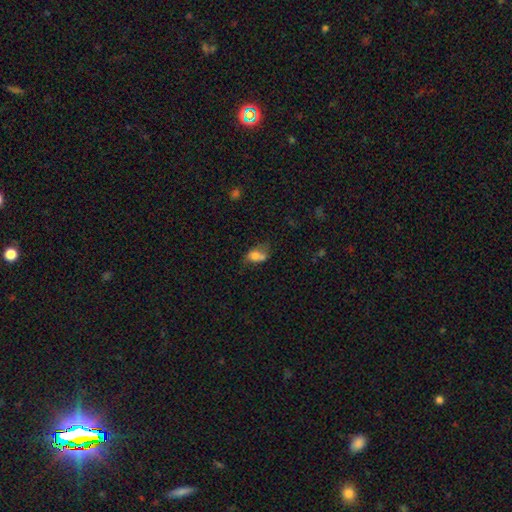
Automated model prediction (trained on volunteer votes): The model was most divided on "merging": merger: 32%, none: 28%, minor disturbance: 23%, major disturbance: 17%. More confident: how rounded — in between (75%); smooth or featured — smooth (68%).